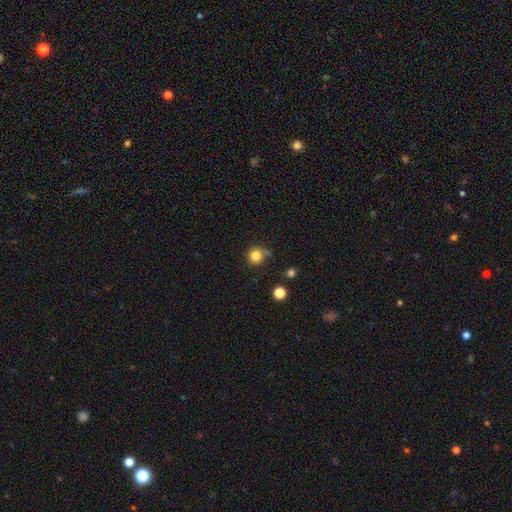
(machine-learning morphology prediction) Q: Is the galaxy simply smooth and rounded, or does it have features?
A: smooth — 83%.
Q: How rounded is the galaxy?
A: round — 92%.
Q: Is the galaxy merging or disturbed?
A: none — 72%.